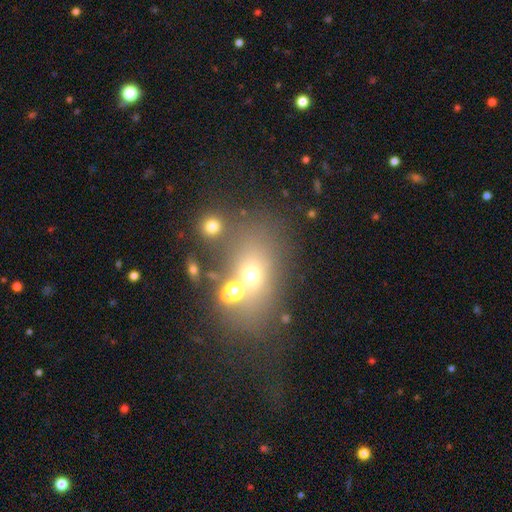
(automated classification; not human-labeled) Smooth or featured? smooth (51%)
How rounded? in between (59%)
Merging? none (41%)